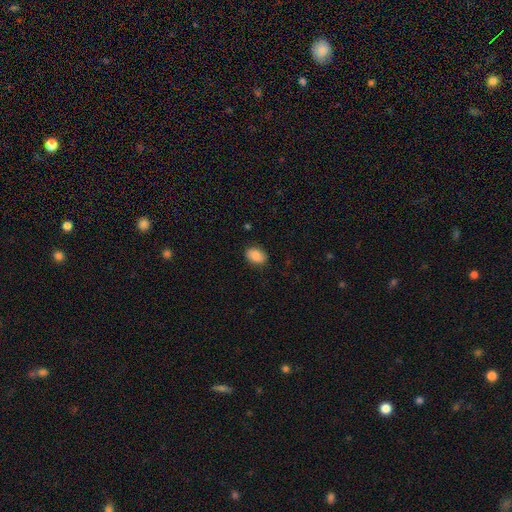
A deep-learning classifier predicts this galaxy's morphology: Smooth or featured? smooth (87%)
How rounded? in between (80%)
Merging? none (86%)